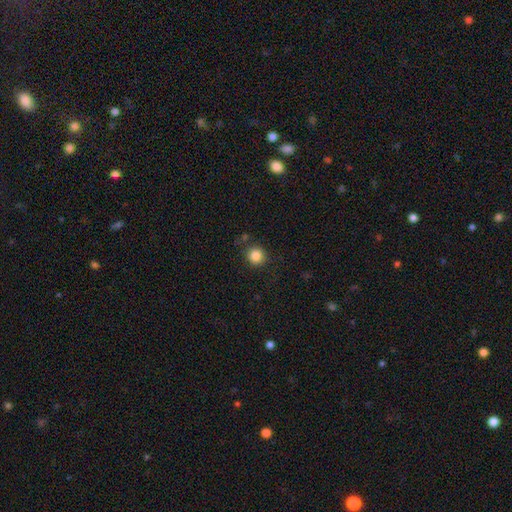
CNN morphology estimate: Smooth or featured?
  - smooth: 86% *
  - star or artifact: 10%
  - featured or disk: 4%
How rounded?
  - round: 92% *
  - in between: 7%
  - cigar-shaped: 1%
Merging?
  - none: 84% *
  - minor disturbance: 9%
  - major disturbance: 3%
  - merger: 3%